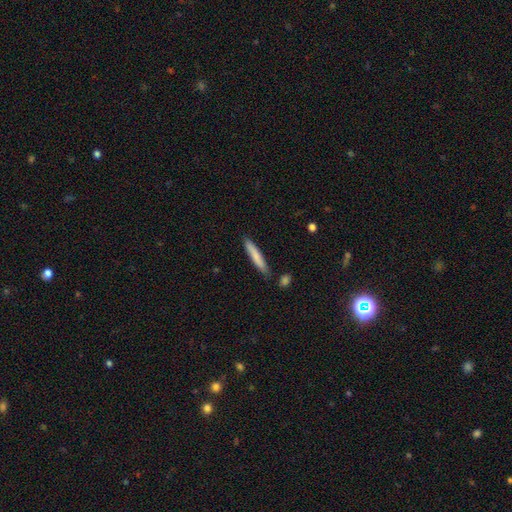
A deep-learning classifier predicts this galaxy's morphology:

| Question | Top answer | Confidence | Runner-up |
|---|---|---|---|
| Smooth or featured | smooth | 78% | featured or disk (16%) |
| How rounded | cigar-shaped | 93% | in between (6%) |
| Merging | none | 83% | minor disturbance (12%) |